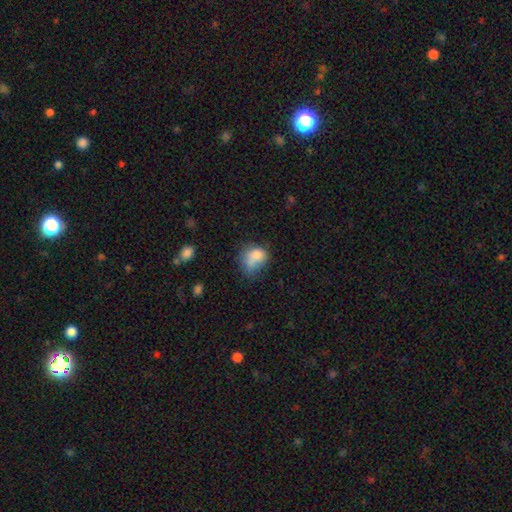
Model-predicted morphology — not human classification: A smooth galaxy with no disk features (74%) that is in between round and cigar-shaped (53%). Merging: none (29%).